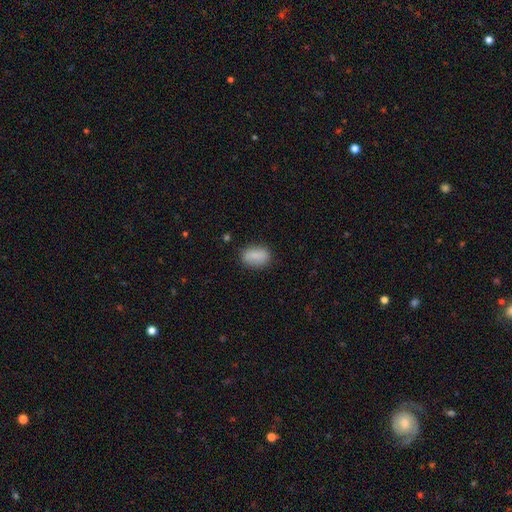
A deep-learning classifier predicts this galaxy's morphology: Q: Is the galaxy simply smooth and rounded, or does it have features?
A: smooth — 84%.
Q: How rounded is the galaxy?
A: in between — 84%.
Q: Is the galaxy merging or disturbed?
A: none — 82%.